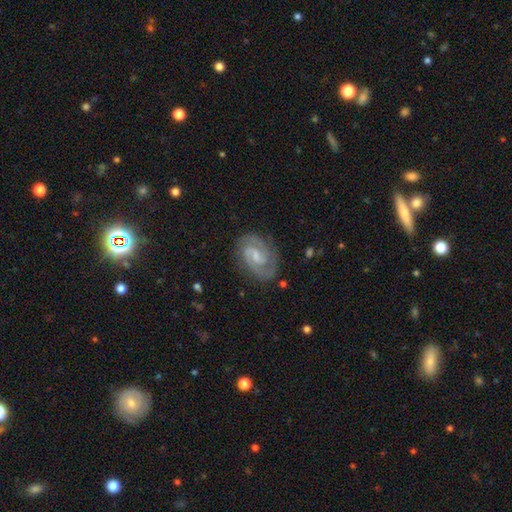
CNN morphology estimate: A featured or disk galaxy (88%) with a weak bar (57%), 2 (87%) tight (50%) spiral arms (98%) and a small central bulge (50%).

Vote fractions:
- Smooth or featured? featured or disk: 88% / smooth: 7% / star or artifact: 5%
- Edge-on disk? no: 98% / yes: 2%
- Bar? weak: 57% / no: 29% / strong: 14%
- Spiral arms? yes: 98% / no: 2%
- Spiral winding? tight: 50% / medium: 44% / loose: 6%
- Spiral arm count? 2: 87% / 3: 5% / can't tell: 4% / 1: 1% / 4: 1% / more than 4: 1%
- Bulge size? small: 50% / moderate: 32% / none: 14% / large: 2% / dominant: 1%
- Merging? none: 82% / minor disturbance: 13% / major disturbance: 4% / merger: 1%